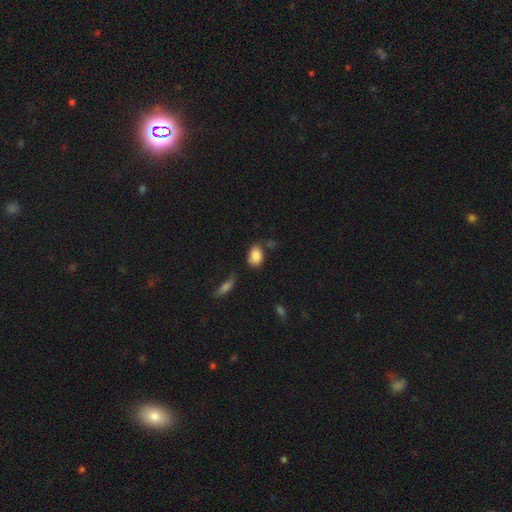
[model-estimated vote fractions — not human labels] smooth_or_featured: smooth (p=0.86) [alt: star or artifact p=0.08]
how_rounded: in between (p=0.84) [alt: round p=0.15]
merging: none (p=0.62) [alt: minor disturbance p=0.23]